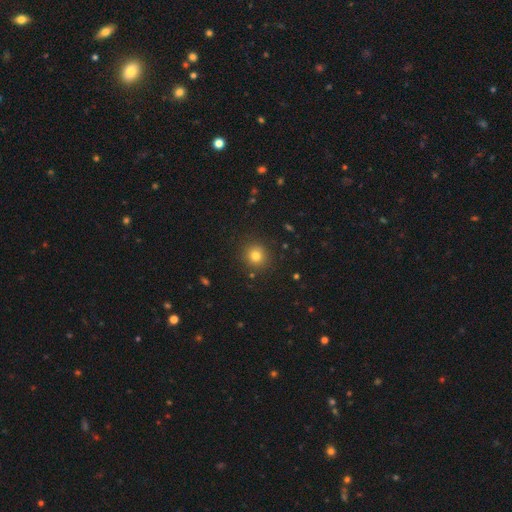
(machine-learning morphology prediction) Smooth or featured? smooth (79%)
How rounded? round (92%)
Merging? none (89%)